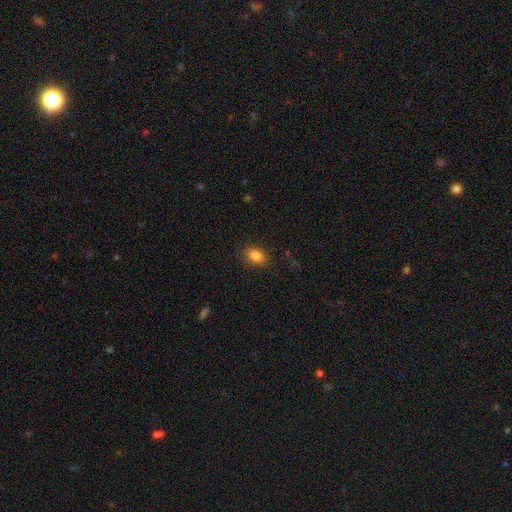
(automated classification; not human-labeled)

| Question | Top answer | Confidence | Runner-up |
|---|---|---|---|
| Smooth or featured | smooth | 85% | star or artifact (9%) |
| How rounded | in between | 76% | round (22%) |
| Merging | none | 87% | minor disturbance (10%) |